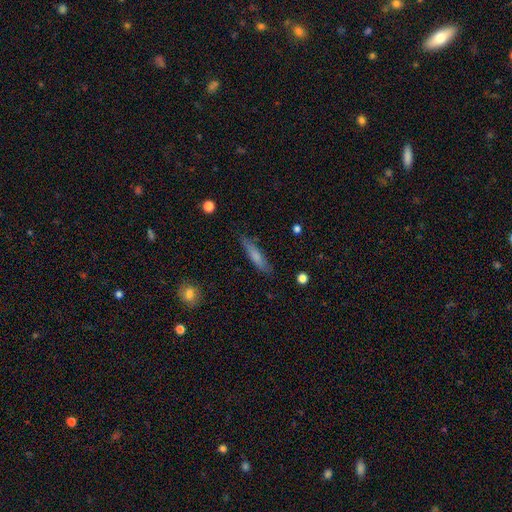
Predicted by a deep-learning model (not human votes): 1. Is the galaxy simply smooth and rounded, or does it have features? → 73% smooth, 21% featured or disk, 7% star or artifact.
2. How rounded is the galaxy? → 85% cigar-shaped, 13% in between, 2% round.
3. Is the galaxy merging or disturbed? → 79% none, 16% minor disturbance, 3% major disturbance, 2% merger.